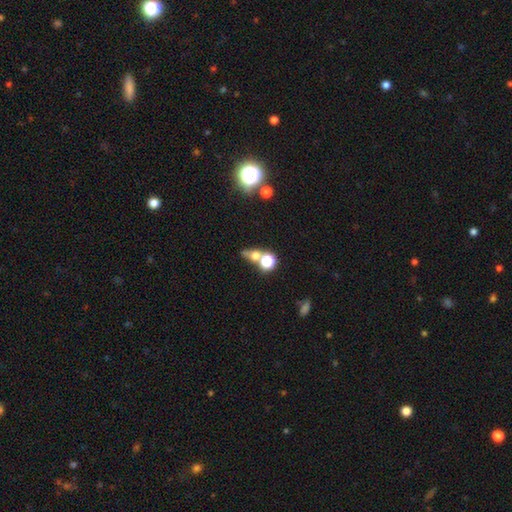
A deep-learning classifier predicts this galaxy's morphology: Smooth or featured?
  - smooth: 56% *
  - star or artifact: 25%
  - featured or disk: 19%
How rounded?
  - round: 59% *
  - in between: 34%
  - cigar-shaped: 7%
Merging?
  - none: 46% *
  - merger: 37%
  - minor disturbance: 10%
  - major disturbance: 6%